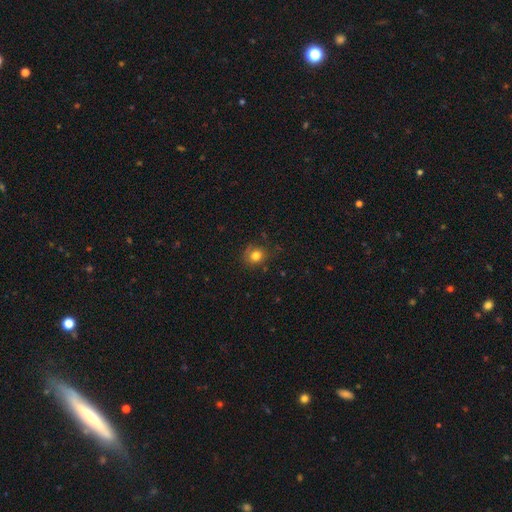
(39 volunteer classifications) Smooth or featured? 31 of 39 (79%) said smooth. How rounded? 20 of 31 (65%) said round. Merging? 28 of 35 (80%) said none.